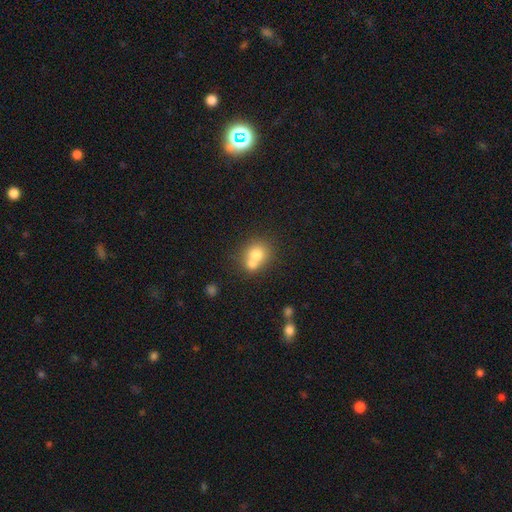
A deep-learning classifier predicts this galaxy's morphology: Overall: smooth (71%). How rounded: round (77%). Merging: merger (55%; none 35%).